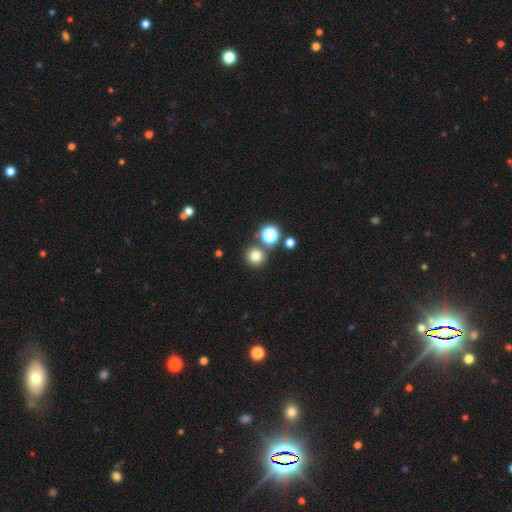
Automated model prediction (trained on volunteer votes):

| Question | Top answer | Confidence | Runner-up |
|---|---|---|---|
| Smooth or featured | smooth | 76% | star or artifact (17%) |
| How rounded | round | 93% | in between (6%) |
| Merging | none | 79% | merger (11%) |